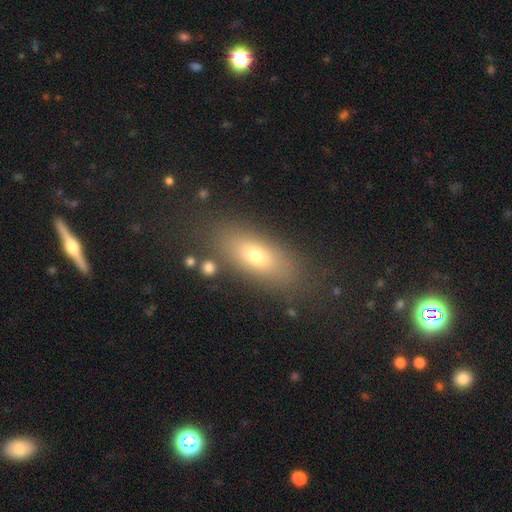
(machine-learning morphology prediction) Q: Smooth or featured?
A: smooth (69%); runner-up: featured or disk (18%)
Q: How rounded?
A: in between (74%); runner-up: cigar-shaped (20%)
Q: Merging?
A: none (81%); runner-up: minor disturbance (11%)